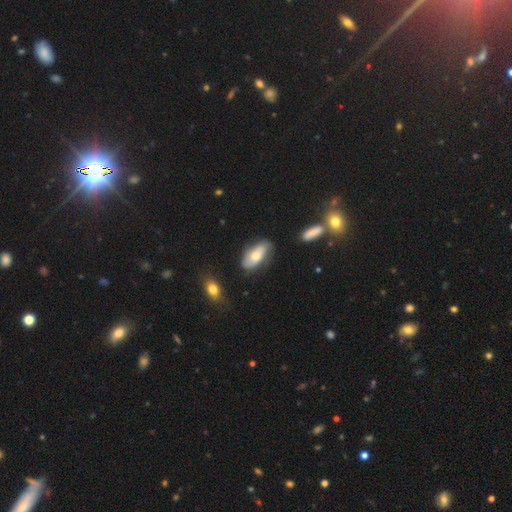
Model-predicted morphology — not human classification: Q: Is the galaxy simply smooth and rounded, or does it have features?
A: smooth — 61%.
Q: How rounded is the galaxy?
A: in between — 87%.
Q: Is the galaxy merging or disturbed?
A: none — 67%.